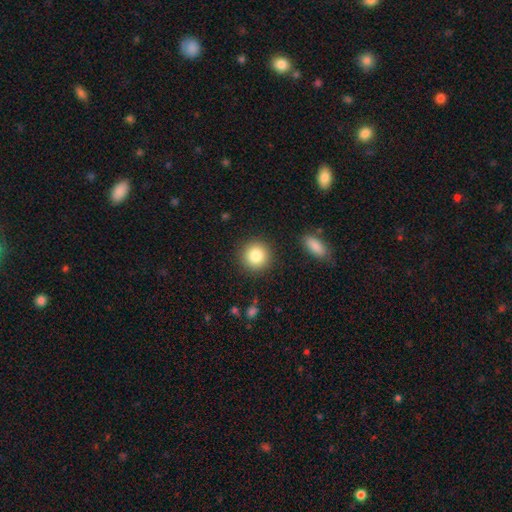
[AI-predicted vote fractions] Smooth or featured? smooth (84%)
How rounded? round (93%)
Merging? none (89%)